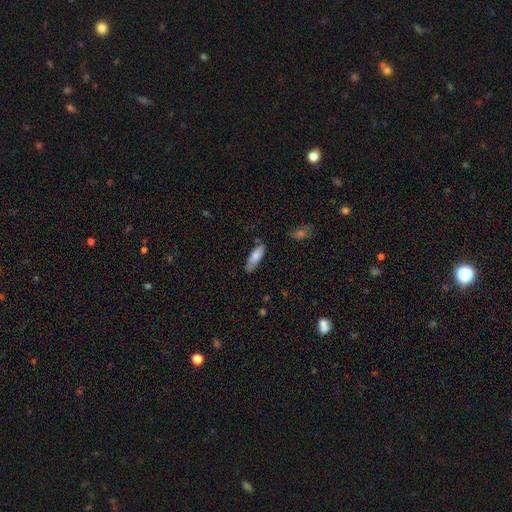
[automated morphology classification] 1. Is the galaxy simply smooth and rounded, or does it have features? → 78% smooth, 16% featured or disk, 6% star or artifact.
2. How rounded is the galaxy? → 59% in between, 39% cigar-shaped, 2% round.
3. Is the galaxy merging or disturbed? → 71% none, 21% minor disturbance, 4% major disturbance, 3% merger.